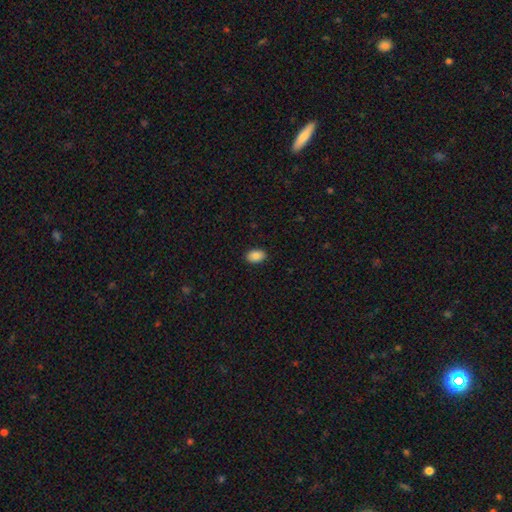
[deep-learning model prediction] Overall: smooth (86%). How rounded: in between (86%). Merging: none (90%).